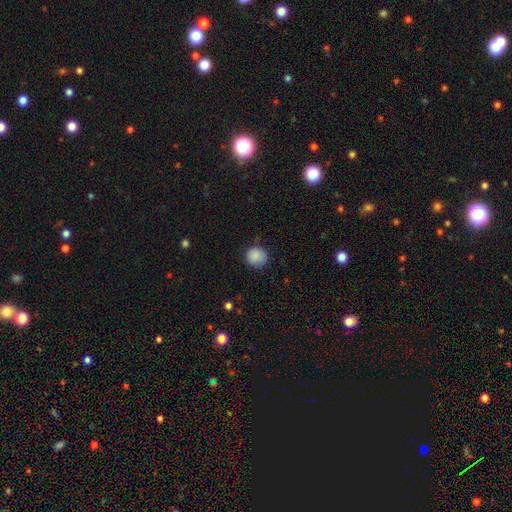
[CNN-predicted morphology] smooth_or_featured: smooth (p=0.88) [alt: star or artifact p=0.08]
how_rounded: round (p=0.90) [alt: in between p=0.09]
merging: none (p=0.82) [alt: minor disturbance p=0.14]